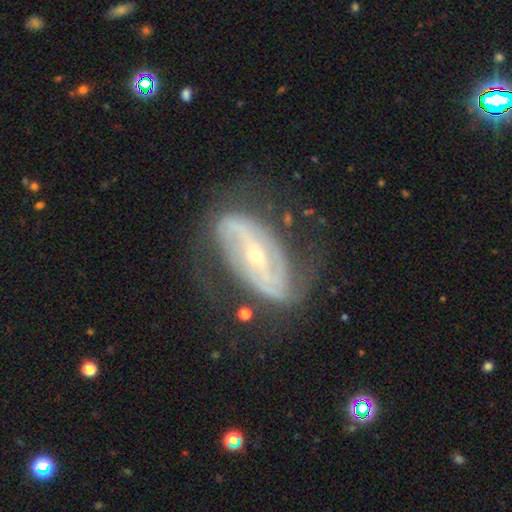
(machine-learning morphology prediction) smooth-or-featured: featured or disk: 86% | smooth: 8% | star or artifact: 6%
  disk-edge-on: no: 93% | yes: 7%
    bar: strong: 46% | no: 27% | weak: 27%
    has-spiral-arms: yes: 88% | no: 12%
      spiral-winding: medium: 41% | tight: 32% | loose: 28%
      spiral-arm-count: 2: 75% | can't tell: 14% | 3: 4% | 1: 3% | 4: 2% | more than 4: 2%
    bulge-size: small: 71% | moderate: 26% | large: 1% | dominant: 1% | none: 1%
  merging: none: 59% | minor disturbance: 21% | major disturbance: 17% | merger: 2%